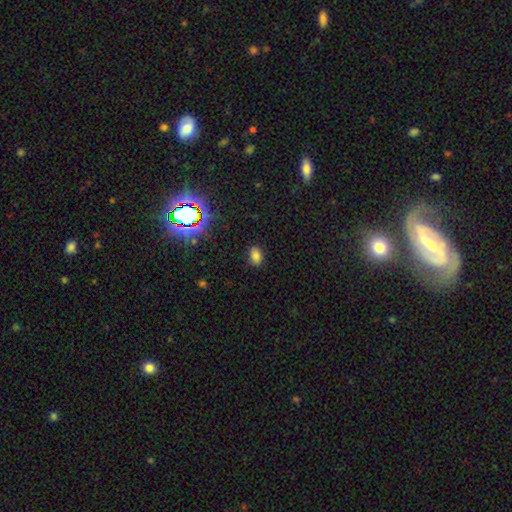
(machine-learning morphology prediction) Smooth or featured? smooth (77%)
How rounded? in between (81%)
Merging? none (86%)